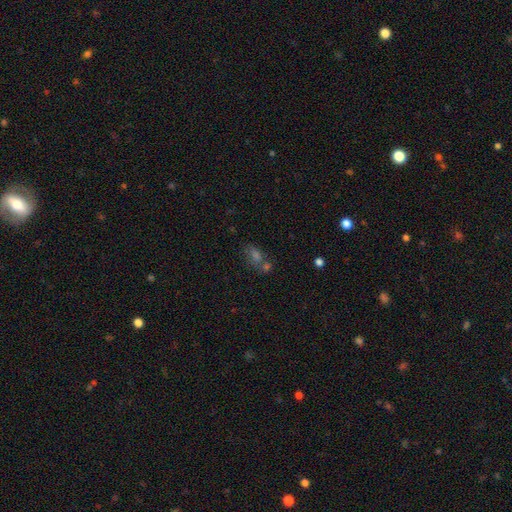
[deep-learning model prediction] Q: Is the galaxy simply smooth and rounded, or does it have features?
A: smooth — 51%.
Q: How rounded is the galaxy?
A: in between — 73%.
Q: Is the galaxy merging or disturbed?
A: none — 51%.